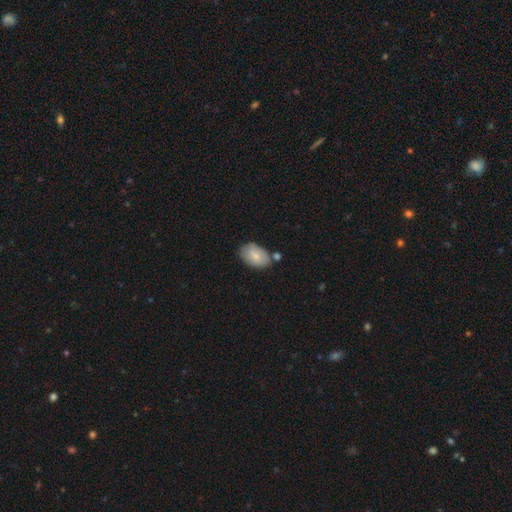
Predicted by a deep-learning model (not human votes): A smooth galaxy with no disk features (75%) that is in between round and cigar-shaped (91%).

Vote fractions:
- Smooth or featured? smooth: 75% / featured or disk: 18% / star or artifact: 6%
- How rounded? in between: 91% / round: 7% / cigar-shaped: 1%
- Merging? none: 64% / minor disturbance: 20% / merger: 12% / major disturbance: 4%